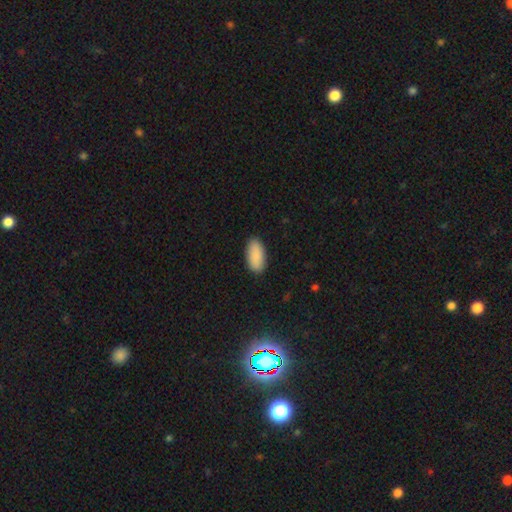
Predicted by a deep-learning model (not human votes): Smooth or featured: smooth — 90% (star or artifact — 6%)
How rounded: in between — 92% (cigar-shaped — 6%)
Merging: none — 88% (minor disturbance — 9%)